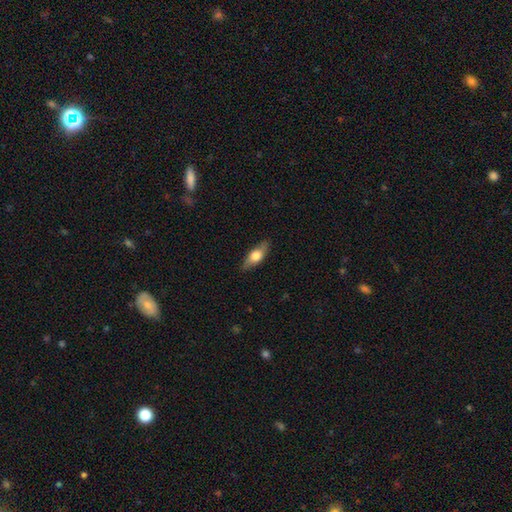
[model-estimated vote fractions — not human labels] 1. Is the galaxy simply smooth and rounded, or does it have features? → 58% smooth, 36% featured or disk, 6% star or artifact.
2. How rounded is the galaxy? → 67% in between, 29% cigar-shaped, 4% round.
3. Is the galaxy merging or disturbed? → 85% none, 11% minor disturbance, 2% major disturbance, 1% merger.